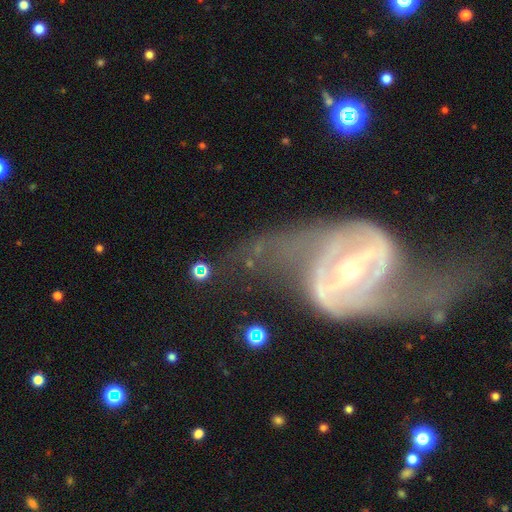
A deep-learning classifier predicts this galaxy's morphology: smooth_or_featured: featured or disk (p=0.89) [alt: star or artifact p=0.06]
disk_edge_on: no (p=0.95) [alt: yes p=0.05]
bar: strong (p=0.61) [alt: weak p=0.27]
has_spiral_arms: yes (p=0.92) [alt: no p=0.08]
spiral_winding: loose (p=0.42) [alt: medium p=0.40]
spiral_arm_count: 2 (p=0.87) [alt: can't tell p=0.05]
bulge_size: small (p=0.63) [alt: moderate p=0.32]
merging: none (p=0.49) [alt: major disturbance p=0.29]